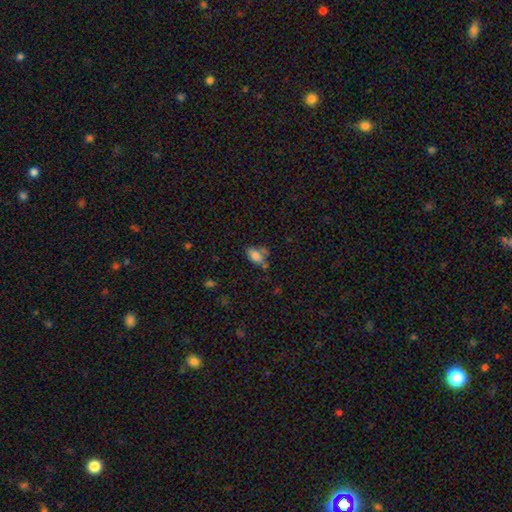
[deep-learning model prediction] Overall: smooth (79%). How rounded: in between (89%). Merging: none (44%; minor disturbance 25%).